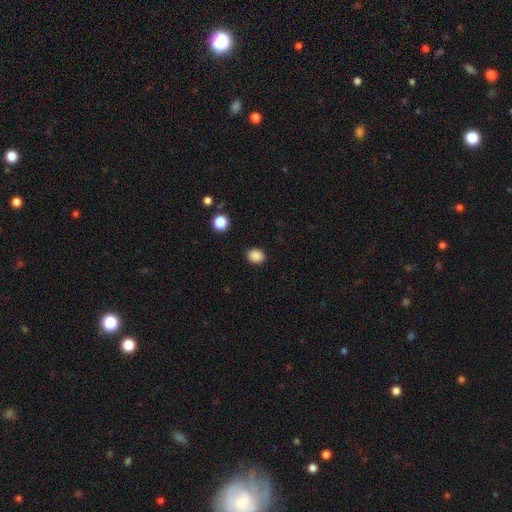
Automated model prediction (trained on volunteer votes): Smooth or featured? Predicted: smooth (p=0.87). How rounded? Predicted: round (p=0.50). Merging? Predicted: none (p=0.89).